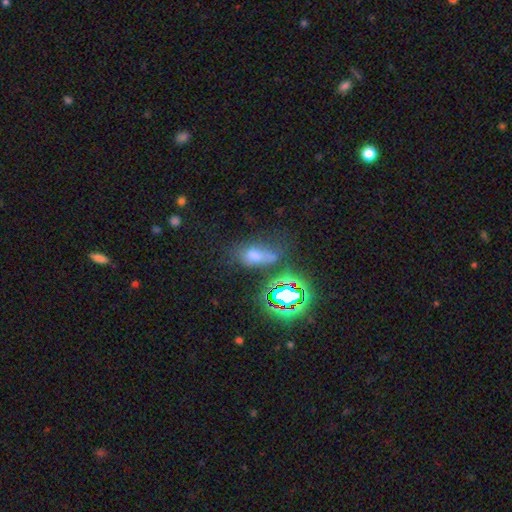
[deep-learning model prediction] Overall: smooth (51%; star or artifact 34%). How rounded: in between (74%). Merging: none (50%; minor disturbance 22%).